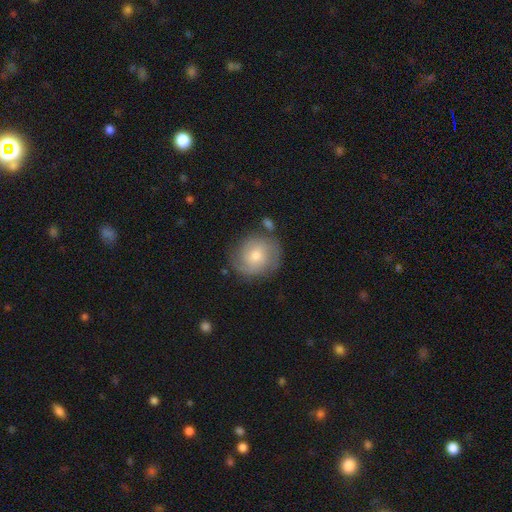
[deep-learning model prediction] featured or disk 57%, smooth 36%, star or artifact 8%. Down the decision tree: edge-on disk — no (97%); bar — no (72%); spiral arms — yes (86%); bulge size — moderate (57%); merging — none (75%).